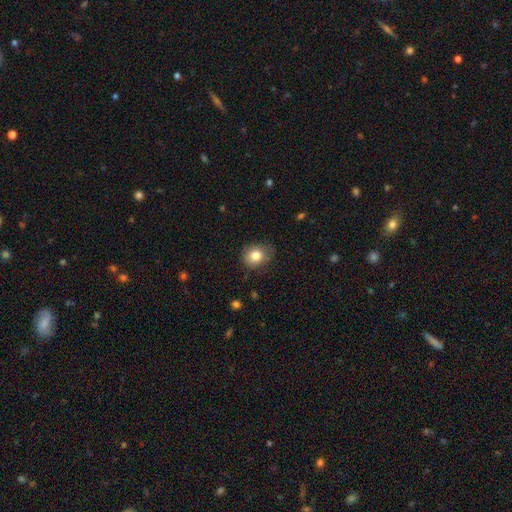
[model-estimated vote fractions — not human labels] Smooth or featured? smooth (81%)
How rounded? round (65%)
Merging? none (77%)